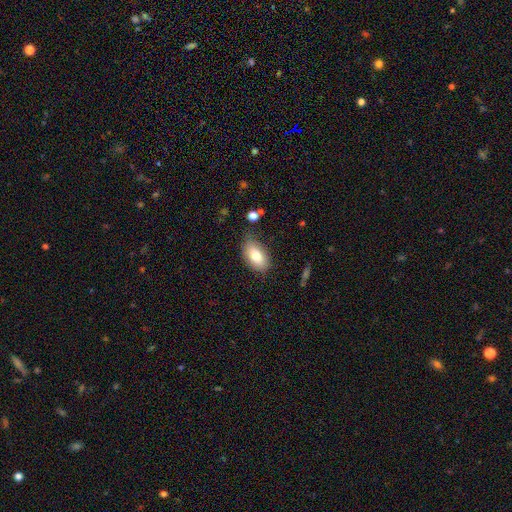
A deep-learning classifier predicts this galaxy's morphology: A smooth galaxy with no disk features (80%) that is in between round and cigar-shaped (93%).

Vote fractions:
- Smooth or featured? smooth: 80% / featured or disk: 12% / star or artifact: 7%
- How rounded? in between: 93% / round: 5% / cigar-shaped: 2%
- Merging? none: 73% / minor disturbance: 20% / major disturbance: 4% / merger: 2%